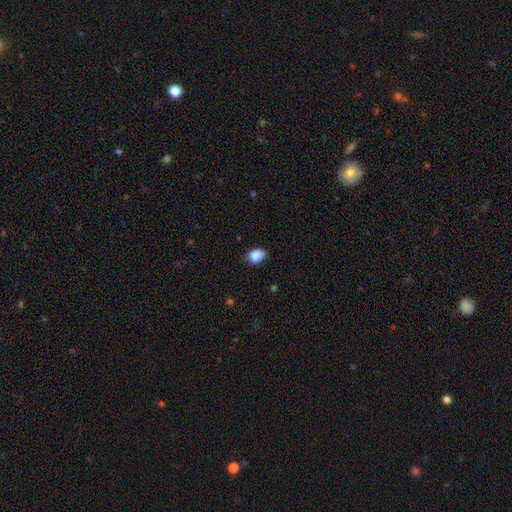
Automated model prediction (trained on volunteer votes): A smooth galaxy with no disk features (86%) that is in between round and cigar-shaped (64%).

Vote fractions:
- Smooth or featured? smooth: 86% / star or artifact: 9% / featured or disk: 5%
- How rounded? in between: 64% / round: 35% / cigar-shaped: 1%
- Merging? none: 64% / minor disturbance: 28% / major disturbance: 6% / merger: 2%